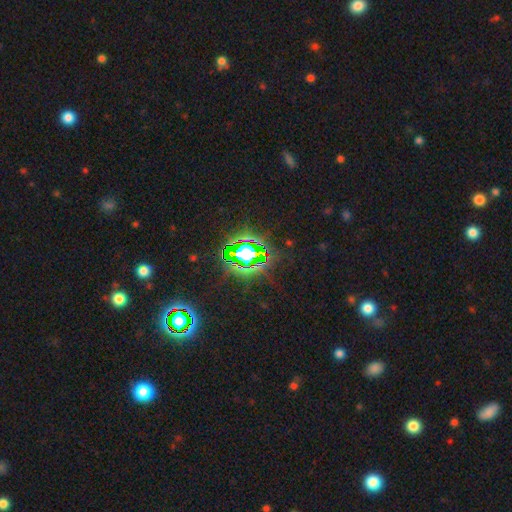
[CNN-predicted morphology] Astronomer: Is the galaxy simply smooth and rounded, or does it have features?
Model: star or artifact — 79%.